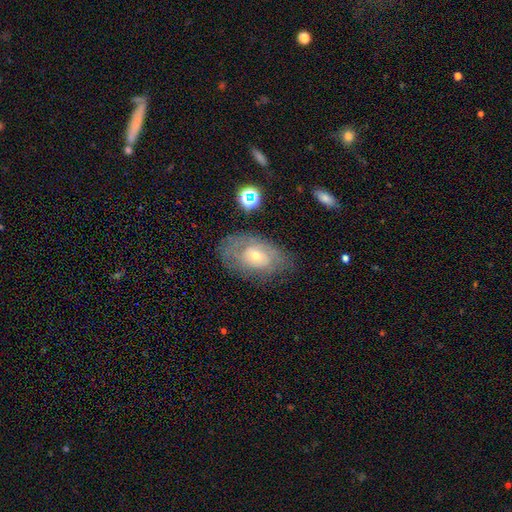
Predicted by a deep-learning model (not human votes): A featured or disk galaxy (54%).

Vote fractions:
- Smooth or featured? featured or disk: 54% / smooth: 36% / star or artifact: 10%
- Edge-on disk? no: 92% / yes: 8%
- Merging? none: 66% / minor disturbance: 21% / major disturbance: 11% / merger: 2%